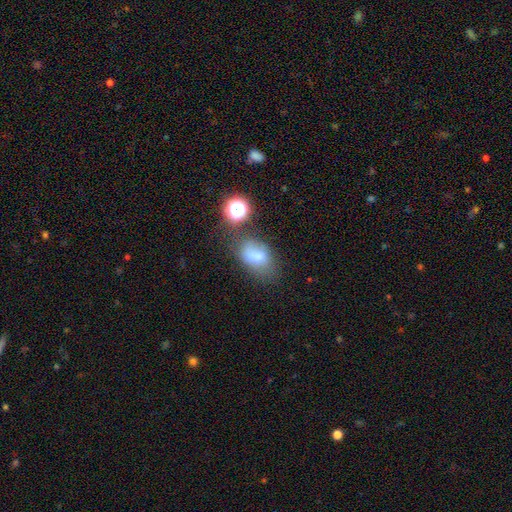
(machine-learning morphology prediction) A smooth galaxy with no disk features (69%) that is in between round and cigar-shaped (81%). Merging: none (44%).